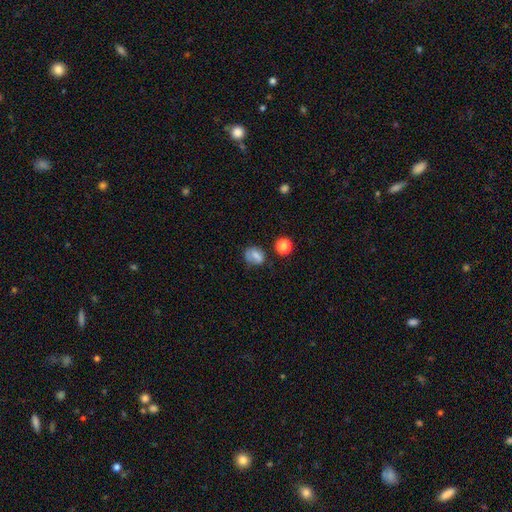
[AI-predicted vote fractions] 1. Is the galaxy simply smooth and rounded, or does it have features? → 70% smooth, 17% featured or disk, 13% star or artifact.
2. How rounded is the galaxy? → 51% round, 48% in between, 1% cigar-shaped.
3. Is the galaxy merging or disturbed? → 56% none, 25% minor disturbance, 11% major disturbance, 8% merger.